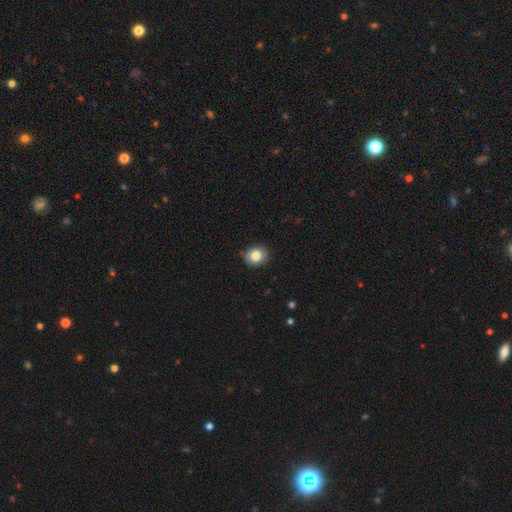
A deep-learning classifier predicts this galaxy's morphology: smooth-or-featured: smooth: 83% | star or artifact: 9% | featured or disk: 8%
  how-rounded: round: 66% | in between: 33% | cigar-shaped: 1%
  merging: none: 86% | minor disturbance: 11% | major disturbance: 2% | merger: 1%